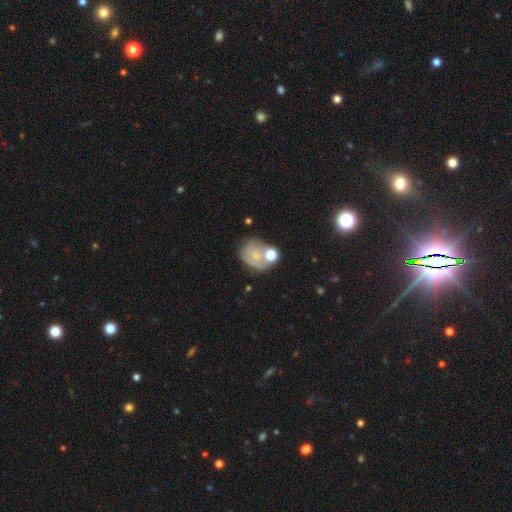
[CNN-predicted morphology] Smooth or featured? Predicted: smooth (p=0.55). How rounded? Predicted: round (p=0.60). Merging? Predicted: none (p=0.43).